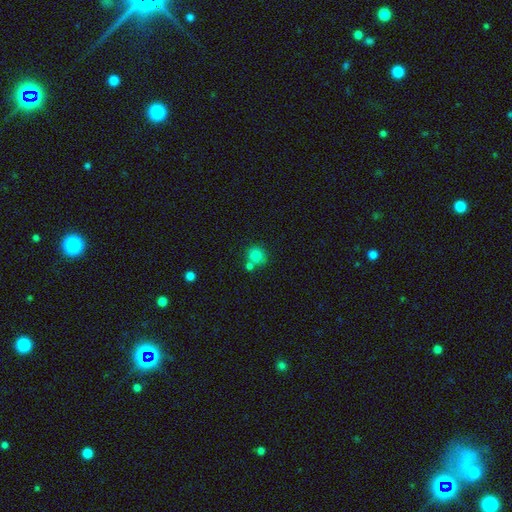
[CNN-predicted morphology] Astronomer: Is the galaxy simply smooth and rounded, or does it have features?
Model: smooth — 83%.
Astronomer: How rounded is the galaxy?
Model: round — 82%.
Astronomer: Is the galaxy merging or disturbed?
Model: none — 61%.